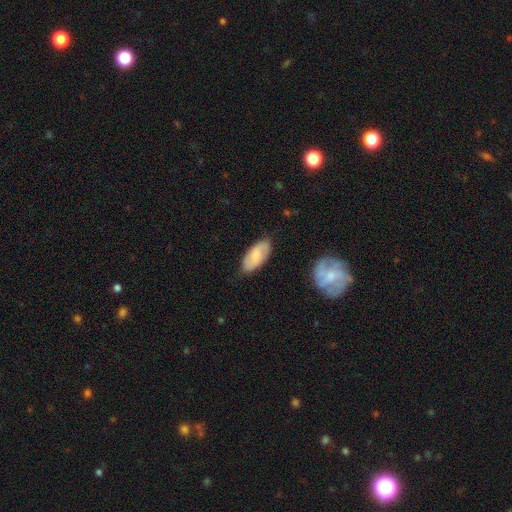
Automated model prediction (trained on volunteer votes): Smooth or featured: smooth — 61% (featured or disk — 33%)
How rounded: in between — 90% (cigar-shaped — 8%)
Merging: none — 81% (minor disturbance — 15%)